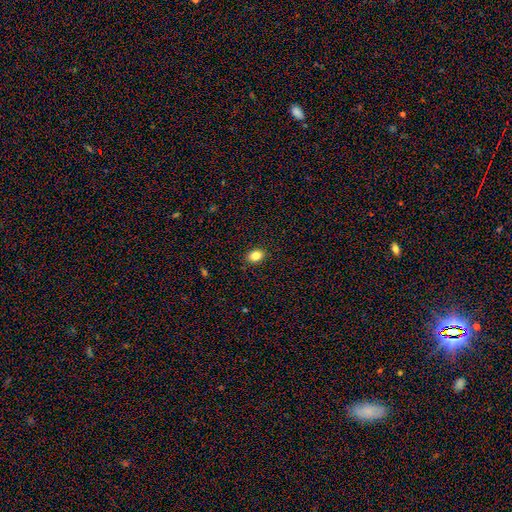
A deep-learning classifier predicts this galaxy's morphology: A smooth galaxy with no disk features (85%) that is in between round and cigar-shaped (72%).

Vote fractions:
- Smooth or featured? smooth: 85% / star or artifact: 10% / featured or disk: 5%
- How rounded? in between: 72% / round: 27% / cigar-shaped: 1%
- Merging? none: 88% / minor disturbance: 9% / major disturbance: 2% / merger: 1%